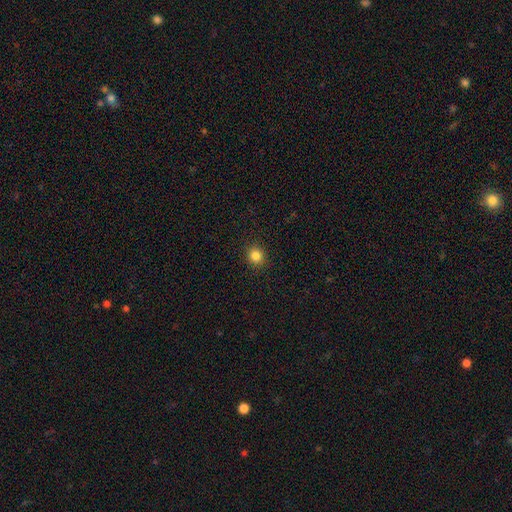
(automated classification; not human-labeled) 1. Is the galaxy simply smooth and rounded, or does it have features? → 84% smooth, 12% star or artifact, 4% featured or disk.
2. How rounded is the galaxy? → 88% round, 11% in between, 1% cigar-shaped.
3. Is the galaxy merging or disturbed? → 92% none, 5% minor disturbance, 2% major disturbance, 1% merger.